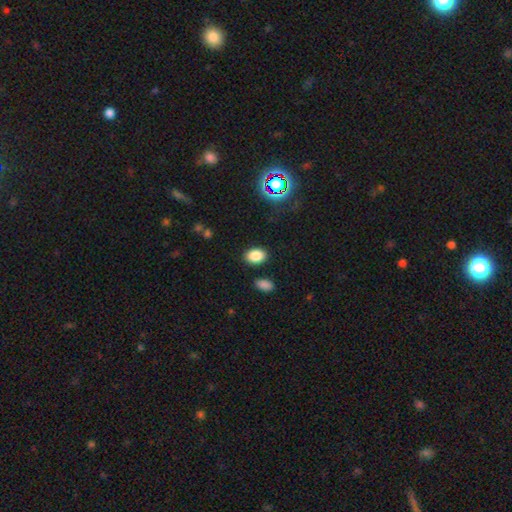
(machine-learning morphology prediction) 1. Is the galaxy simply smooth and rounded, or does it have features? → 85% smooth, 10% star or artifact, 5% featured or disk.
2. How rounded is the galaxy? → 81% in between, 18% round, 1% cigar-shaped.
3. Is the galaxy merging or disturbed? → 85% none, 9% minor disturbance, 3% merger, 3% major disturbance.